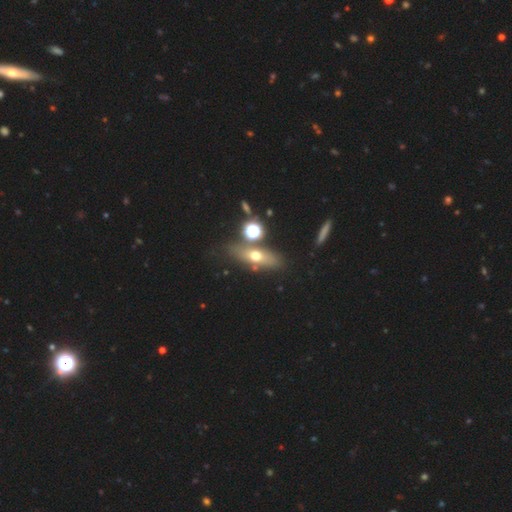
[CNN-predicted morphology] type=smooth (52%); roundness=in between (47%); merging=none (71%).